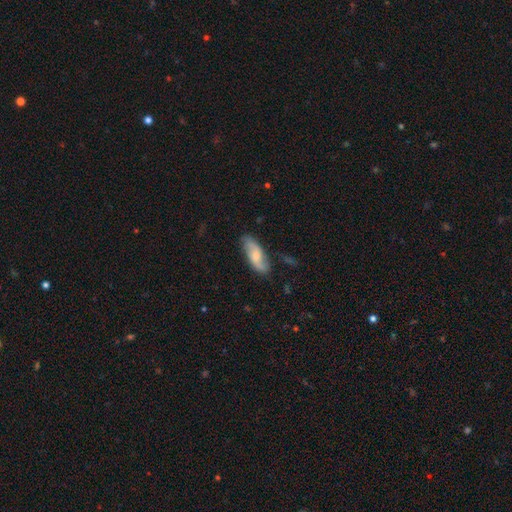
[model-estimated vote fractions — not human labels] Q: Smooth or featured?
A: smooth (50%); runner-up: featured or disk (44%)
Q: How rounded?
A: in between (73%); runner-up: cigar-shaped (24%)
Q: Merging?
A: none (77%); runner-up: minor disturbance (17%)